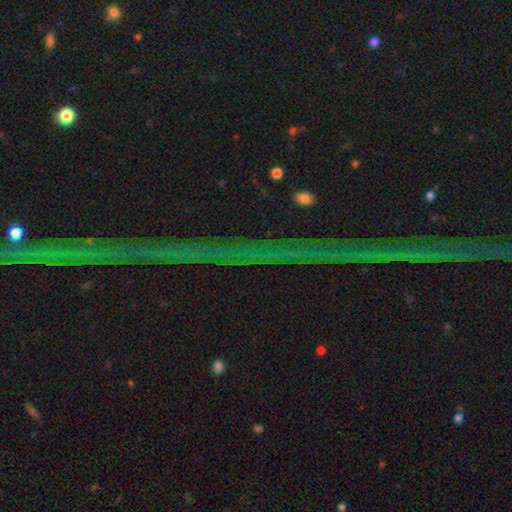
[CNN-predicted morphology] Overall: star or artifact (81%).